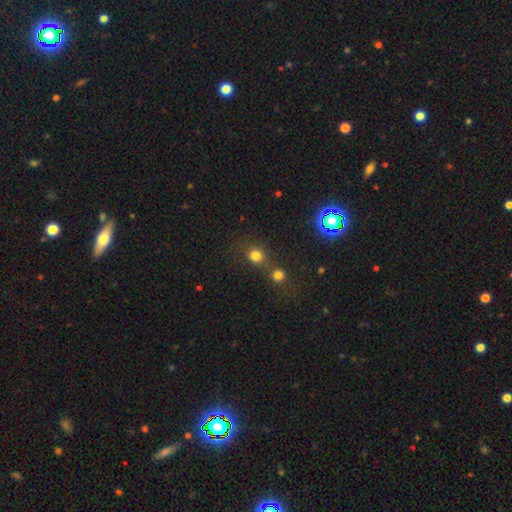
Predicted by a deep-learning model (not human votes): Overall: smooth (75%). How rounded: round (82%). Merging: none (54%; merger 33%).